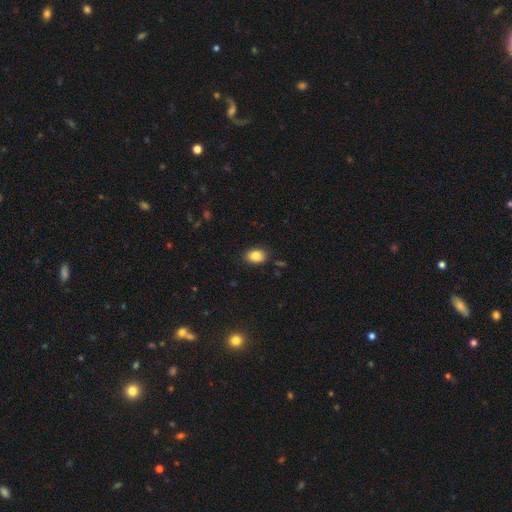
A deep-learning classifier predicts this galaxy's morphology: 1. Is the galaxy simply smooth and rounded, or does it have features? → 85% smooth, 8% star or artifact, 7% featured or disk.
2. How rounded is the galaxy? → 78% in between, 20% round, 1% cigar-shaped.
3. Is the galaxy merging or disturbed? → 86% none, 10% minor disturbance, 2% major disturbance, 1% merger.